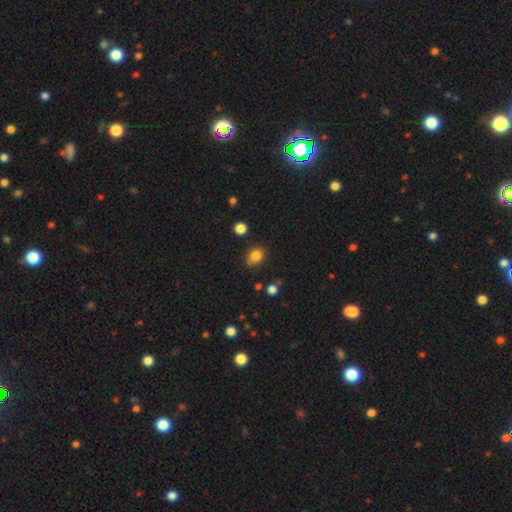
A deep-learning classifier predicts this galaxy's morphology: smooth 83%, star or artifact 12%, featured or disk 5%. Down the decision tree: how rounded — round (59%); merging — none (71%).